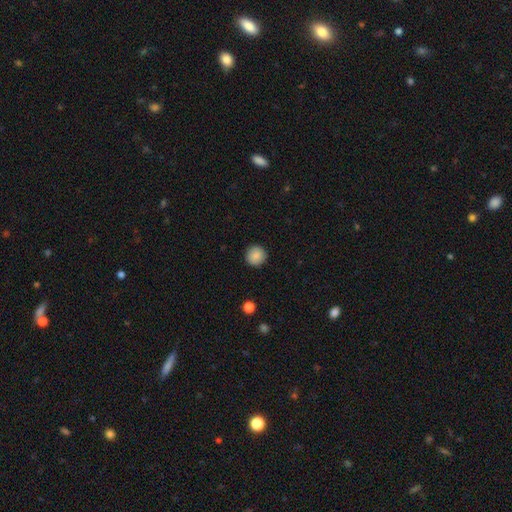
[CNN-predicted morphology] Smooth or featured? smooth (88%)
How rounded? round (95%)
Merging? none (92%)